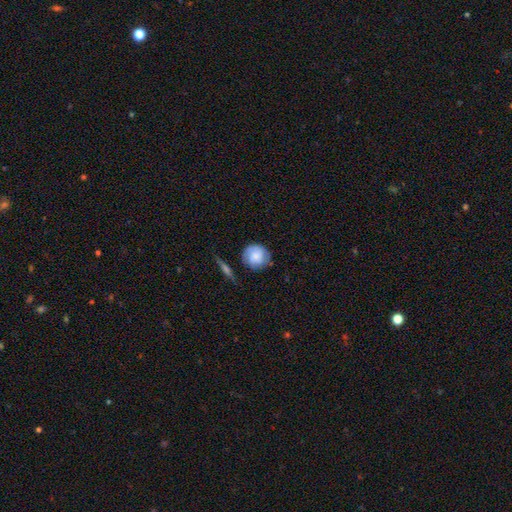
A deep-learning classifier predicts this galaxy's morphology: Q: Smooth or featured?
A: smooth (55%); runner-up: featured or disk (38%)
Q: How rounded?
A: round (86%); runner-up: in between (13%)
Q: Merging?
A: none (62%); runner-up: minor disturbance (25%)